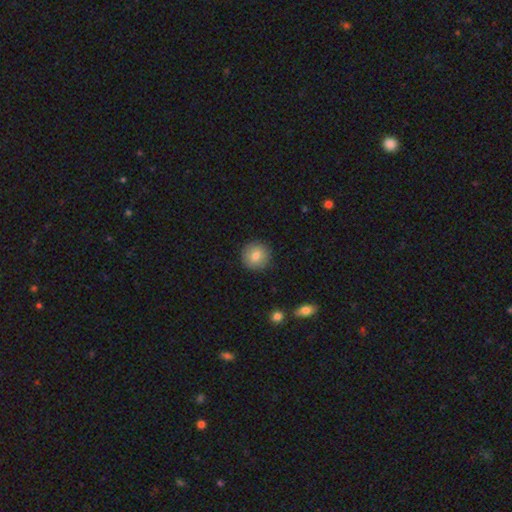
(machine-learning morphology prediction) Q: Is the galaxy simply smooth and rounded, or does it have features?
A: smooth — 80%.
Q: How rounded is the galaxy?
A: round — 93%.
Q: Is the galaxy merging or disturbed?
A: none — 91%.